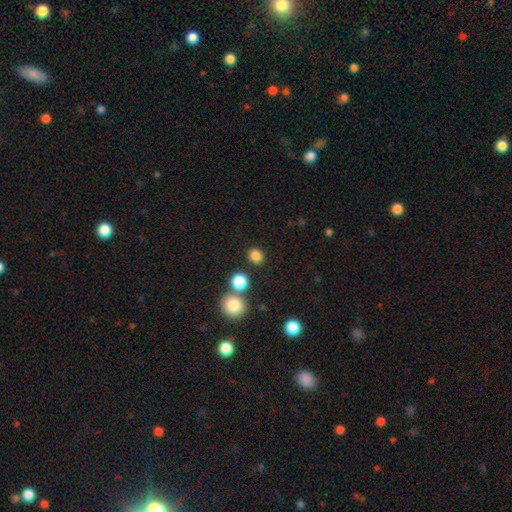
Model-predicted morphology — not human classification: Smooth or featured?
  - smooth: 84% *
  - star or artifact: 13%
  - featured or disk: 4%
How rounded?
  - round: 78% *
  - in between: 21%
  - cigar-shaped: 1%
Merging?
  - none: 83% *
  - merger: 7%
  - minor disturbance: 7%
  - major disturbance: 3%